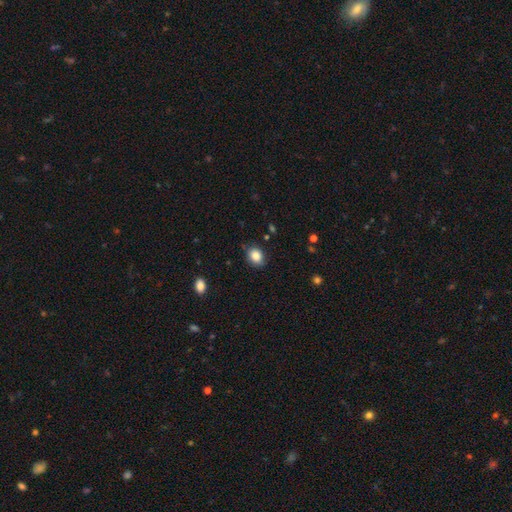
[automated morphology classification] This appears to be a smooth galaxy with no disk features (86%) that is in between round and cigar-shaped (53%). Merging: none (81%).